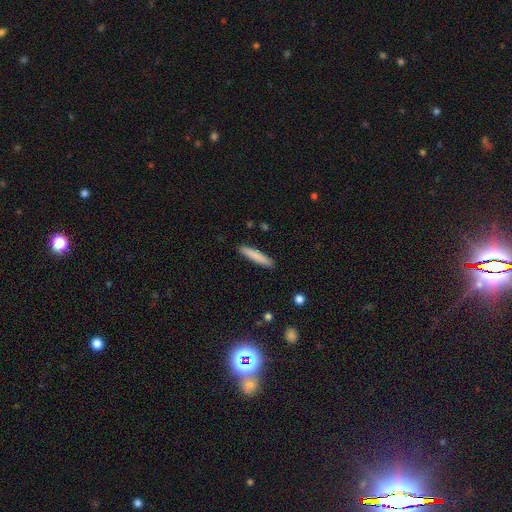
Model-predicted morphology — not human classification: smooth 83%, featured or disk 12%, star or artifact 6%. Down the decision tree: how rounded — cigar-shaped (92%); merging — none (91%).